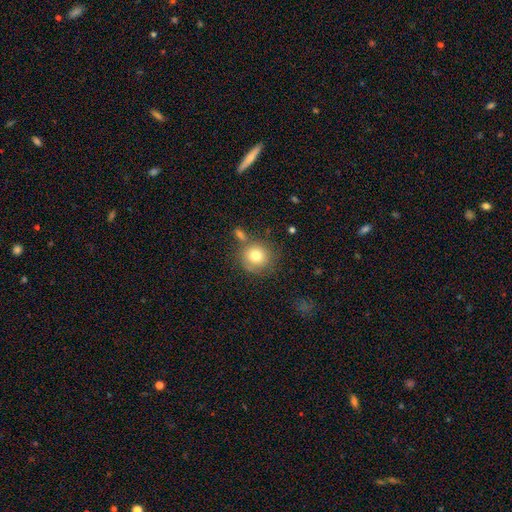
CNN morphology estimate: smooth 77%, featured or disk 13%, star or artifact 10%. Down the decision tree: how rounded — round (91%); merging — none (67%).